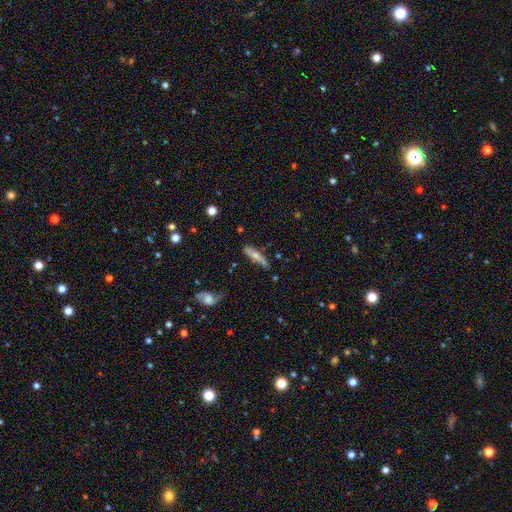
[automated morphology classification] Smooth or featured: featured or disk — 47% (smooth — 46%)
Merging: none — 63% (minor disturbance — 26%)